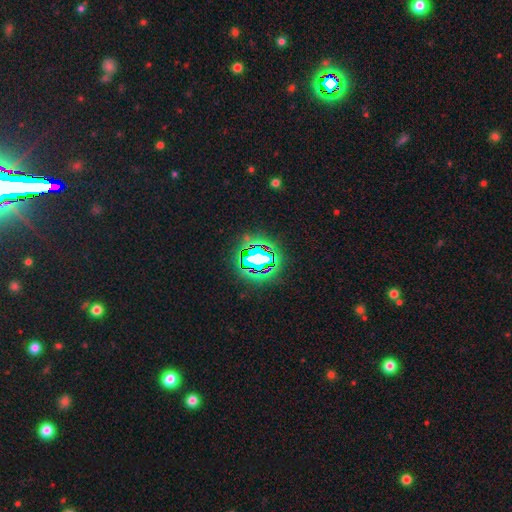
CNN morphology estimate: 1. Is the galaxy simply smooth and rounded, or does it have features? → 79% star or artifact, 12% smooth, 9% featured or disk.